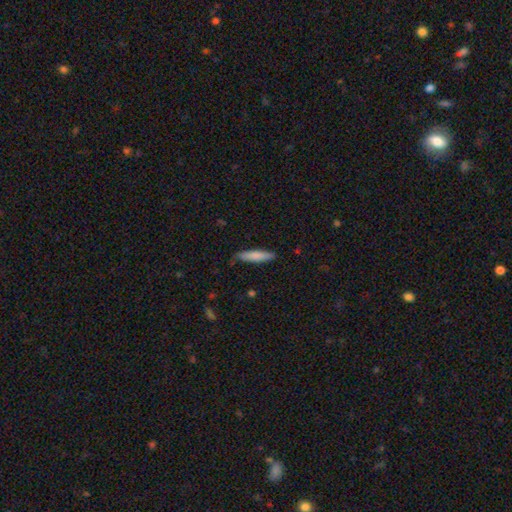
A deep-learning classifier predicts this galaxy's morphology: type=smooth (80%); roundness=cigar-shaped (82%); merging=none (84%).